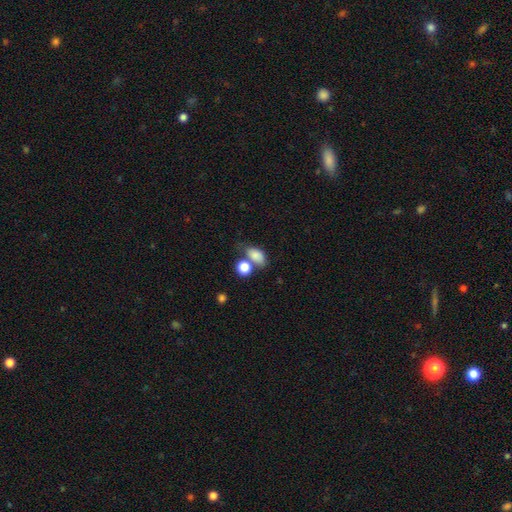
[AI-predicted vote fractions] smooth-or-featured: smooth: 82% | star or artifact: 10% | featured or disk: 8%
  how-rounded: in between: 80% | round: 18% | cigar-shaped: 2%
  merging: none: 45% | merger: 32% | minor disturbance: 17% | major disturbance: 7%